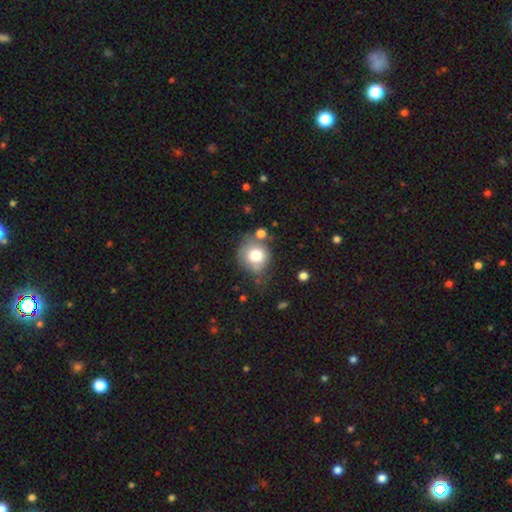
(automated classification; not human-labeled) Smooth or featured? Predicted: smooth (p=0.75). How rounded? Predicted: round (p=0.78). Merging? Predicted: none (p=0.55).